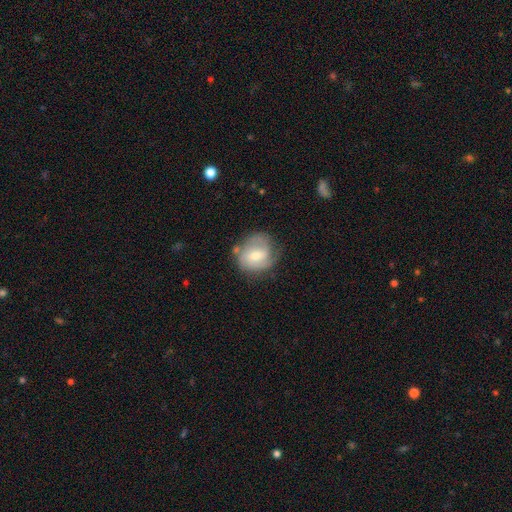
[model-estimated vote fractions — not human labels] Smooth or featured?
  - featured or disk: 62% *
  - smooth: 31%
  - star or artifact: 7%
Edge-on disk?
  - no: 97% *
  - yes: 3%
Bar?
  - weak: 48% *
  - no: 42%
  - strong: 11%
Spiral arms?
  - yes: 86% *
  - no: 14%
Spiral winding?
  - medium: 42% *
  - tight: 39%
  - loose: 19%
Spiral arm count?
  - 2: 47% *
  - can't tell: 22%
  - 3: 16%
  - 1: 10%
  - 4: 3%
  - more than 4: 2%
Bulge size?
  - moderate: 51% *
  - small: 43%
  - large: 3%
  - none: 2%
  - dominant: 1%
Merging?
  - none: 59% *
  - minor disturbance: 25%
  - major disturbance: 11%
  - merger: 5%